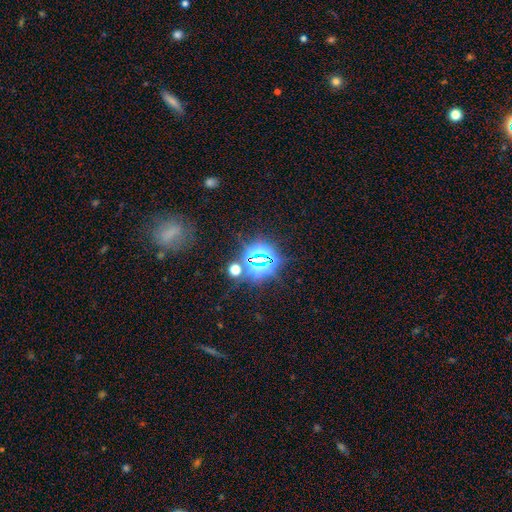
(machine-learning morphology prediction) Overall: star or artifact (78%).